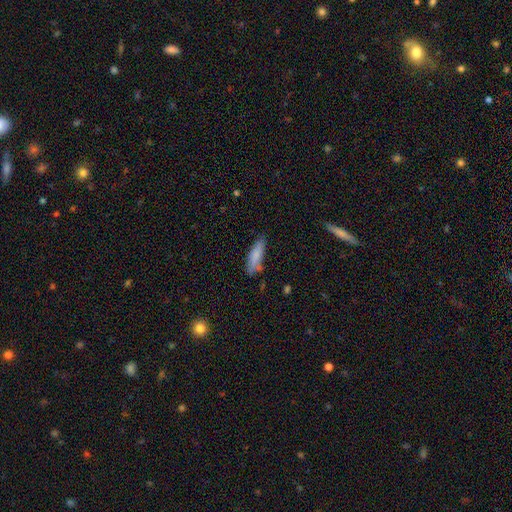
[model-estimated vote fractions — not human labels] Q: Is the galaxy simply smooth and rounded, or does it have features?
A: smooth — 81%.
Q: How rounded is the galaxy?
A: cigar-shaped — 60%.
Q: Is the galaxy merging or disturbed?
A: none — 67%.